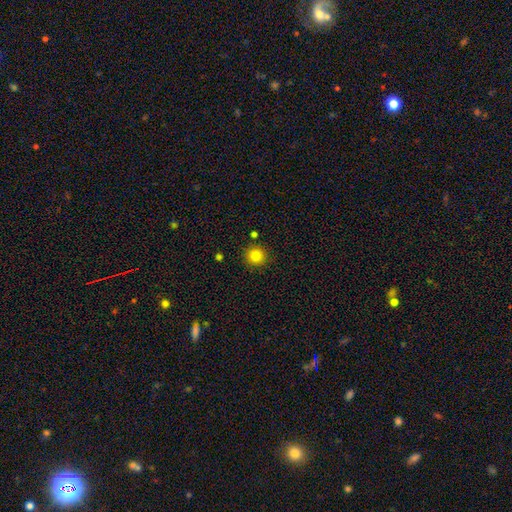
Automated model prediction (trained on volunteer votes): Overall: smooth (82%). How rounded: round (95%). Merging: none (90%).